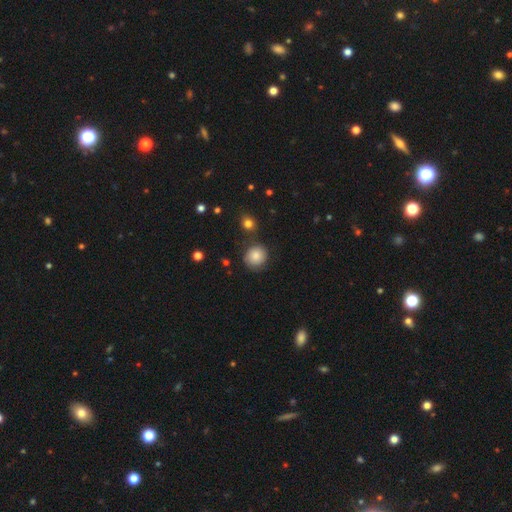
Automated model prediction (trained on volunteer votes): A smooth galaxy with no disk features (81%) that is round (89%).

Vote fractions:
- Smooth or featured? smooth: 81% / featured or disk: 10% / star or artifact: 9%
- How rounded? round: 89% / in between: 10% / cigar-shaped: 1%
- Merging? none: 79% / minor disturbance: 13% / major disturbance: 4% / merger: 4%